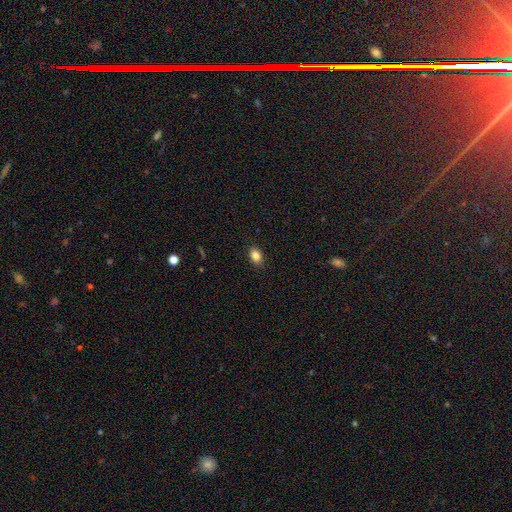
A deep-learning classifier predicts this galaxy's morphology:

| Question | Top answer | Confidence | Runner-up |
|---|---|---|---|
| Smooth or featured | smooth | 85% | star or artifact (9%) |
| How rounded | in between | 81% | round (17%) |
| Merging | none | 87% | minor disturbance (10%) |